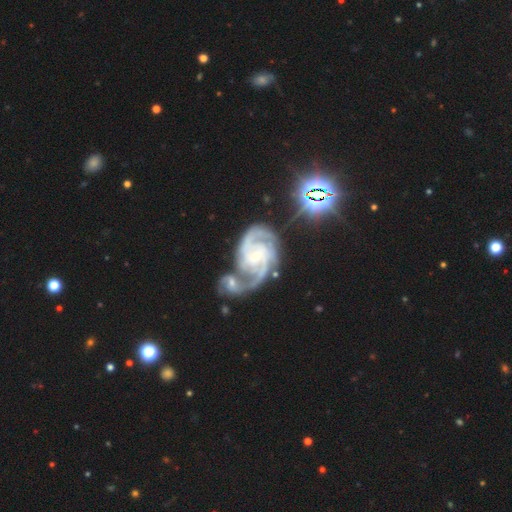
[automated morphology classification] type=featured or disk (91%); edge-on=no (98%); bar=no (50%); spiral arms=yes (98%); winding=medium (48%); arm count=2 (56%); bulge=small (75%); merging=merger (41%).